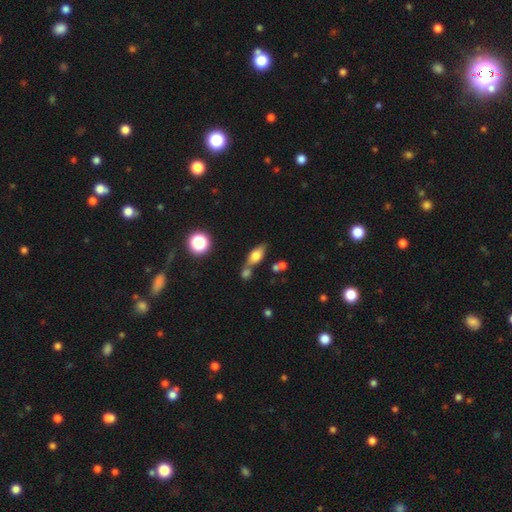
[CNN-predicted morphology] Smooth or featured?
  - smooth: 67% *
  - featured or disk: 23%
  - star or artifact: 11%
How rounded?
  - in between: 73% *
  - cigar-shaped: 17%
  - round: 10%
Merging?
  - none: 52% *
  - merger: 29%
  - minor disturbance: 14%
  - major disturbance: 5%